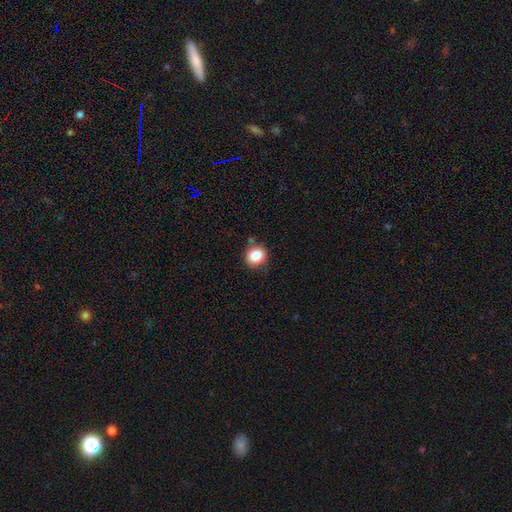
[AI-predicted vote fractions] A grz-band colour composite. It shows a smooth galaxy with no disk features (85%) that is round (70%). Merging: none (80%).